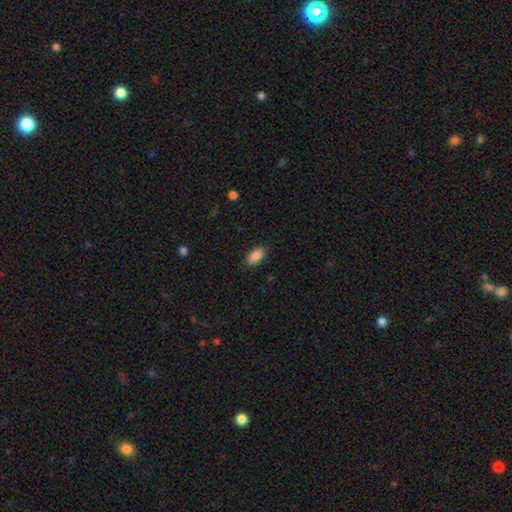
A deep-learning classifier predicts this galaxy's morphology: smooth 89%, star or artifact 7%, featured or disk 4%. Down the decision tree: how rounded — in between (92%); merging — none (88%).